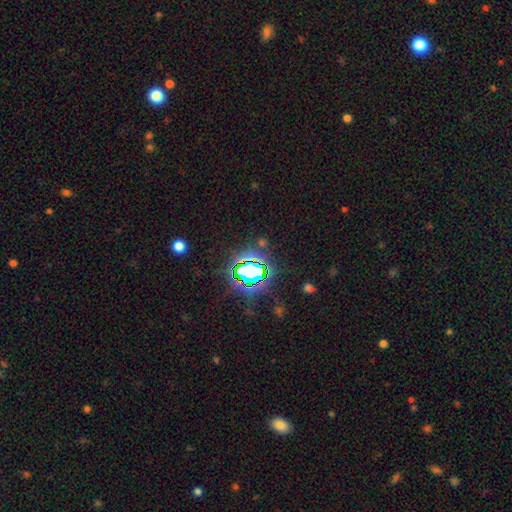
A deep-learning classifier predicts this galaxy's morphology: type=star or artifact (80%).